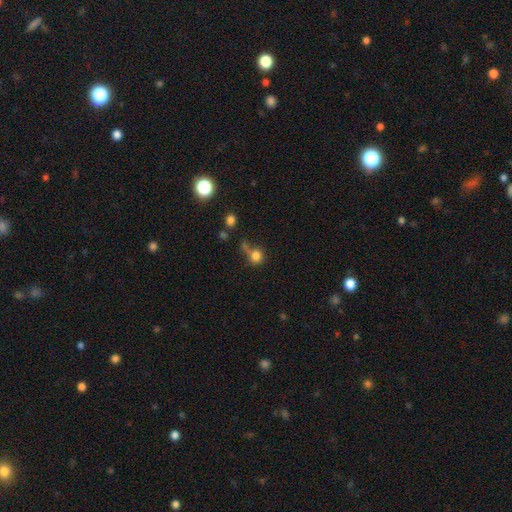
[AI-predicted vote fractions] smooth-or-featured: smooth: 79% | star or artifact: 13% | featured or disk: 9%
  how-rounded: round: 82% | in between: 17% | cigar-shaped: 1%
  merging: none: 47% | merger: 24% | minor disturbance: 16% | major disturbance: 13%